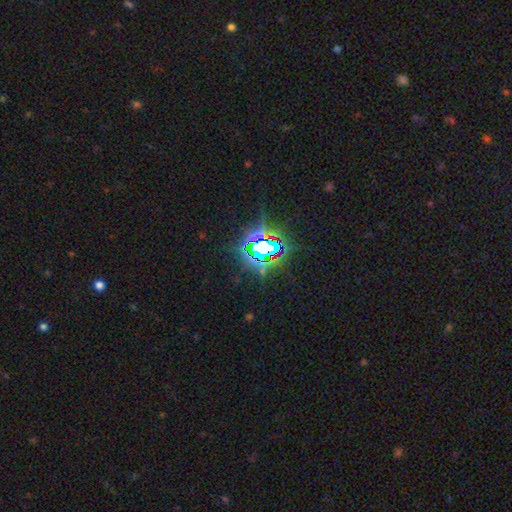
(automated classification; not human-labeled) This appears to be a star or artifact, not a galaxy (82%).